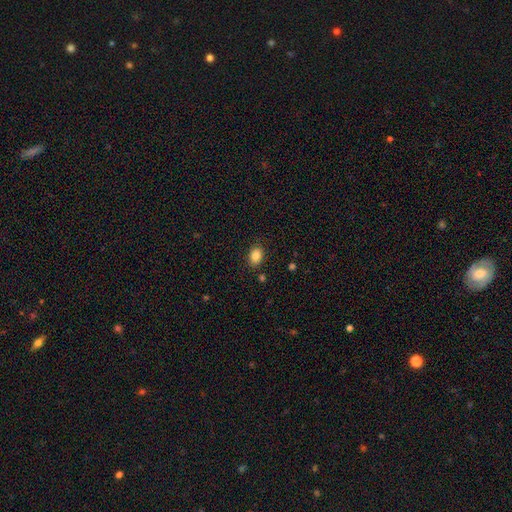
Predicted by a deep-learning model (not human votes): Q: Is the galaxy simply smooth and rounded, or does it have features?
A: smooth — 85%.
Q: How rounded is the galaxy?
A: in between — 73%.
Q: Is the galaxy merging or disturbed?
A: none — 86%.